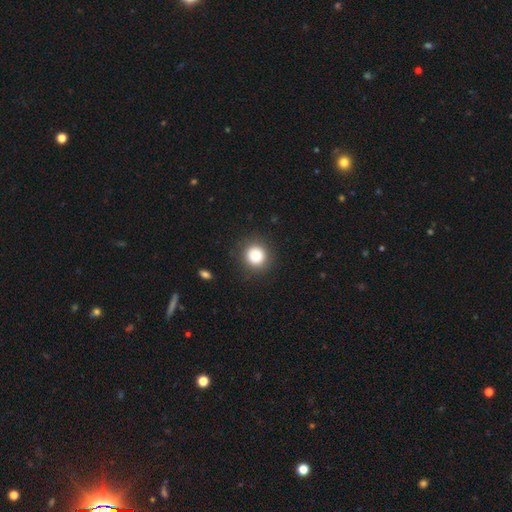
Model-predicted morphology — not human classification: A smooth galaxy with no disk features (84%) that is round (92%).

Vote fractions:
- Smooth or featured? smooth: 84% / star or artifact: 10% / featured or disk: 5%
- How rounded? round: 92% / in between: 7% / cigar-shaped: 1%
- Merging? none: 89% / minor disturbance: 7% / major disturbance: 3% / merger: 1%